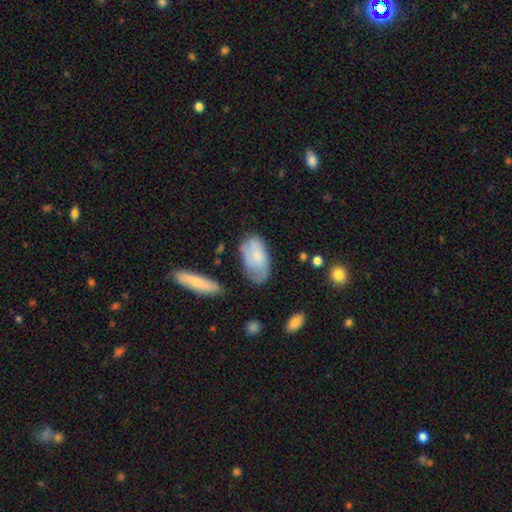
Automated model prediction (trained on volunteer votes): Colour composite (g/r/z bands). It shows a smooth galaxy with no disk features (63%) that is in between round and cigar-shaped (93%). Merging: none (51%).